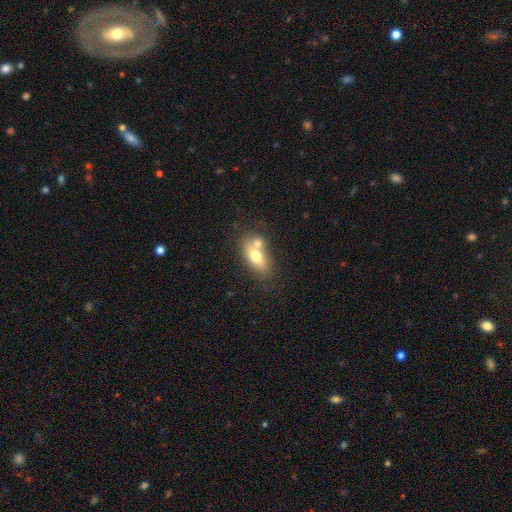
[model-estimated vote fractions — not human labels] smooth 67%, featured or disk 25%, star or artifact 8%. Down the decision tree: how rounded — in between (81%); merging — none (42%).